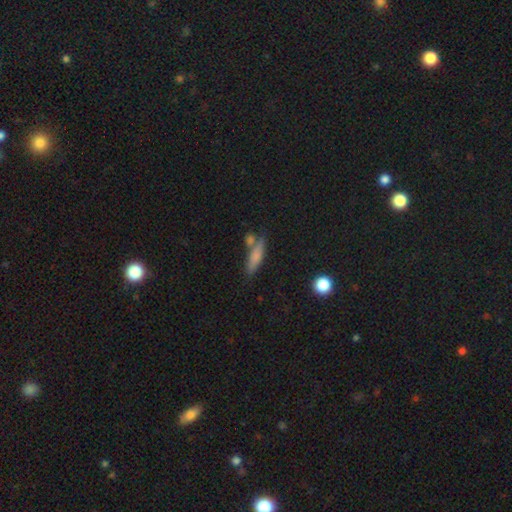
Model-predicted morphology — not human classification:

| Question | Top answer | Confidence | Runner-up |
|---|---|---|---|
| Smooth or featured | smooth | 72% | featured or disk (20%) |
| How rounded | cigar-shaped | 67% | in between (30%) |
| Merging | none | 60% | merger (20%) |